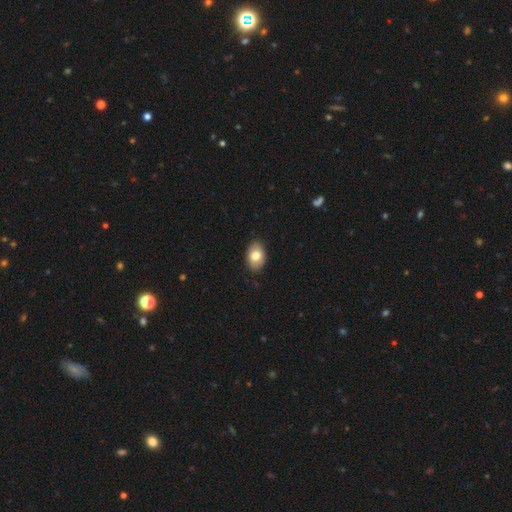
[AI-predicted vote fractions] smooth 79%, featured or disk 14%, star or artifact 7%. Down the decision tree: how rounded — in between (88%); merging — none (88%).